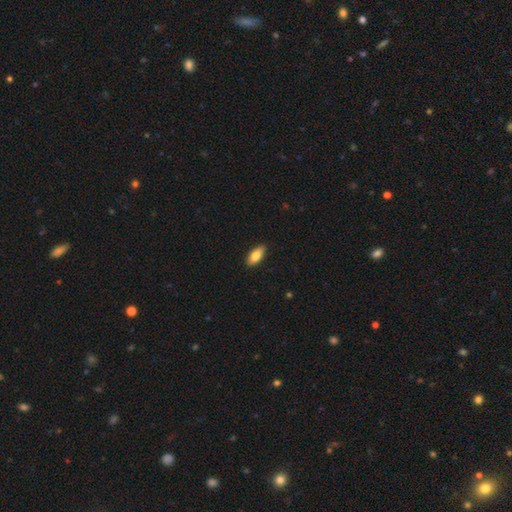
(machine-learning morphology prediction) A smooth galaxy with no disk features (81%) that is in between round and cigar-shaped (86%). Merging: none (88%).